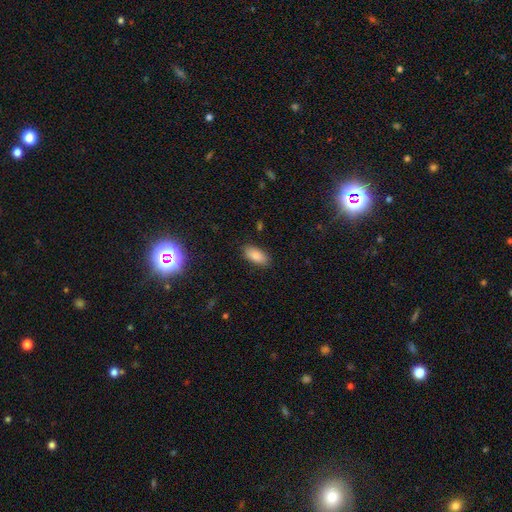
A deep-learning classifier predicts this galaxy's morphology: smooth-or-featured: smooth: 86% | star or artifact: 8% | featured or disk: 7%
  how-rounded: in between: 91% | cigar-shaped: 6% | round: 3%
  merging: none: 87% | minor disturbance: 10% | major disturbance: 2% | merger: 1%